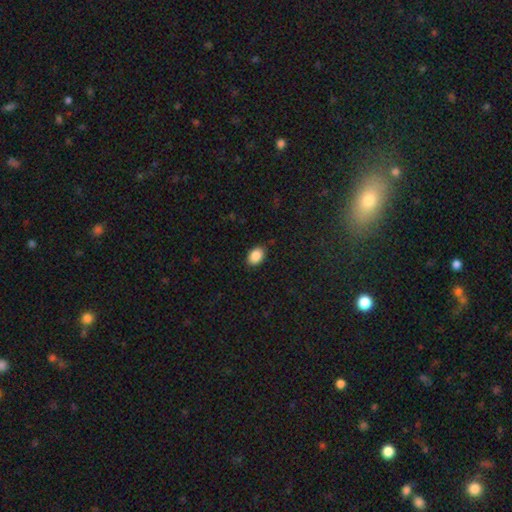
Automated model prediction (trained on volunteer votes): Smooth or featured: smooth — 88% (star or artifact — 8%)
How rounded: in between — 82% (round — 16%)
Merging: none — 87% (minor disturbance — 10%)